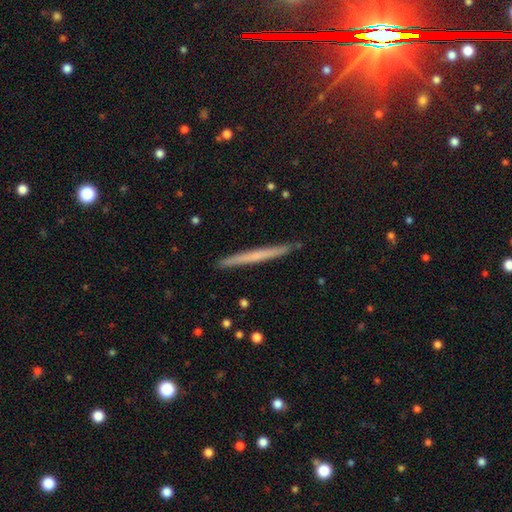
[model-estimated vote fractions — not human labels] Smooth or featured?
  - smooth: 48% *
  - featured or disk: 45%
  - star or artifact: 7%
Merging?
  - none: 91% *
  - minor disturbance: 6%
  - major disturbance: 1%
  - merger: 1%